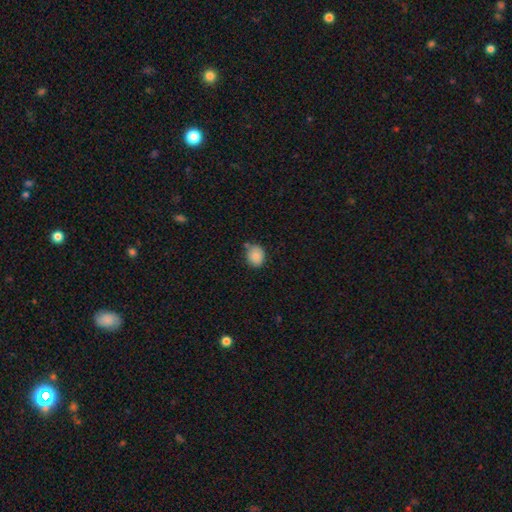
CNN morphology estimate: A smooth galaxy with no disk features (86%) that is round (65%). Merging: none (70%).